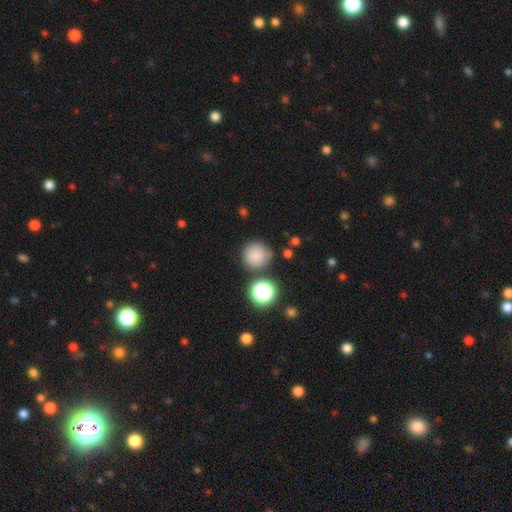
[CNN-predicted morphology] A smooth galaxy with no disk features (82%) that is round (93%). Merging: none (77%).